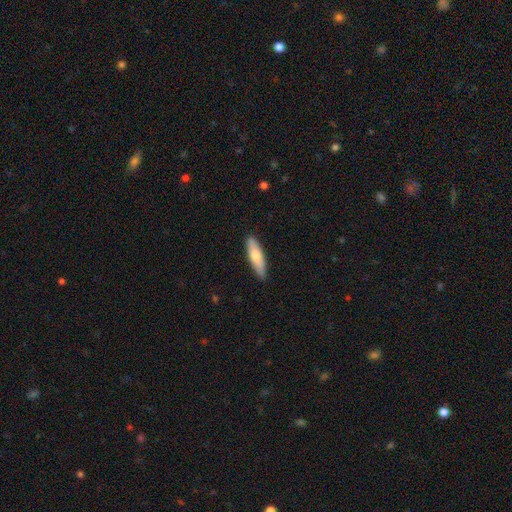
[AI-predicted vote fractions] Smooth or featured: smooth — 70% (featured or disk — 24%)
How rounded: cigar-shaped — 61% (in between — 37%)
Merging: none — 85% (minor disturbance — 12%)